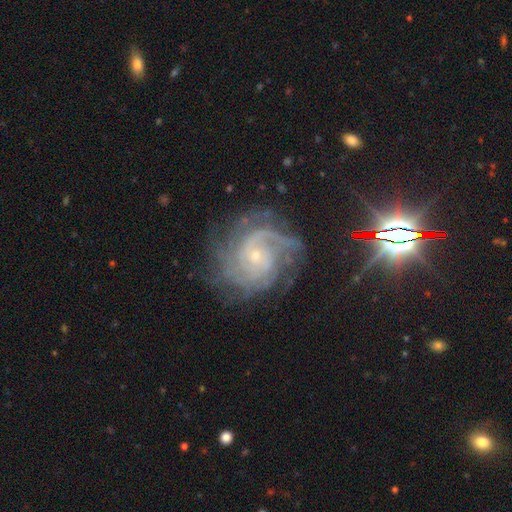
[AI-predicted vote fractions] Smooth or featured? Predicted: featured or disk (p=0.87). Edge-on disk? Predicted: no (p=0.98). Bar? Predicted: no (p=0.72). Spiral arms? Predicted: yes (p=0.98). Spiral winding? Predicted: tight (p=0.61). Spiral arm count? Predicted: can't tell (p=0.24). Bulge size? Predicted: small (p=0.80). Merging? Predicted: none (p=0.72).